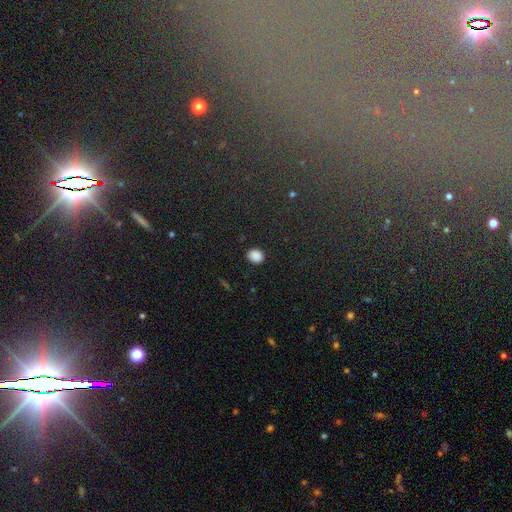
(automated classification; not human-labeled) Smooth or featured: smooth — 86% (star or artifact — 10%)
How rounded: round — 58% (in between — 41%)
Merging: none — 88% (minor disturbance — 9%)